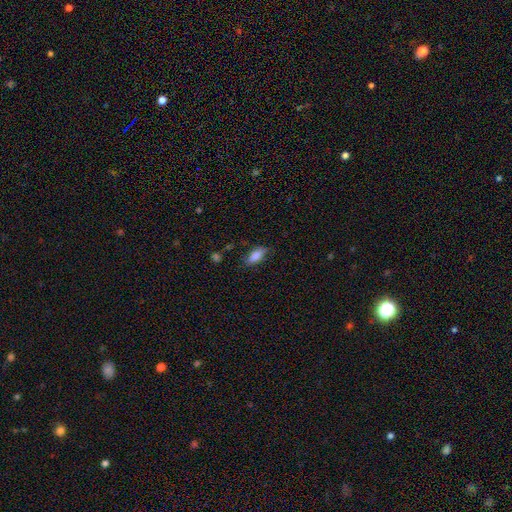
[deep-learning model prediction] A smooth galaxy with no disk features (82%) that is in between round and cigar-shaped (81%).

Vote fractions:
- Smooth or featured? smooth: 82% / featured or disk: 10% / star or artifact: 7%
- How rounded? in between: 81% / cigar-shaped: 16% / round: 3%
- Merging? none: 75% / minor disturbance: 19% / major disturbance: 4% / merger: 2%